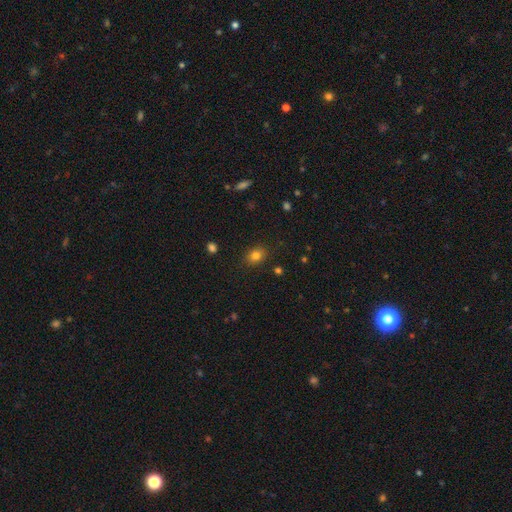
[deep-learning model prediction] The model was most divided on "how rounded": in between: 52%, round: 47%, cigar-shaped: 1%. More confident: merging — none (86%); smooth or featured — smooth (80%).